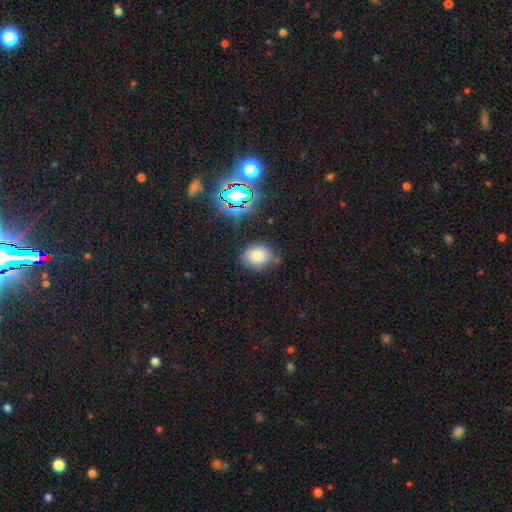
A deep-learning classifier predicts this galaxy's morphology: smooth_or_featured: smooth (p=0.75) [alt: star or artifact p=0.17]
how_rounded: in between (p=0.60) [alt: round p=0.39]
merging: none (p=0.74) [alt: minor disturbance p=0.18]